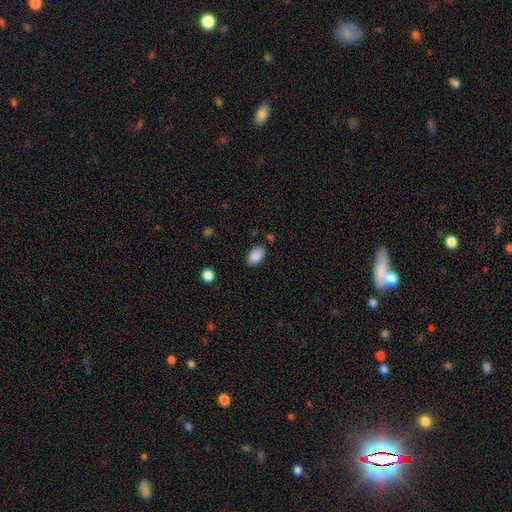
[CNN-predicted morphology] A smooth galaxy with no disk features (89%) that is in between round and cigar-shaped (92%). Merging: none (83%).